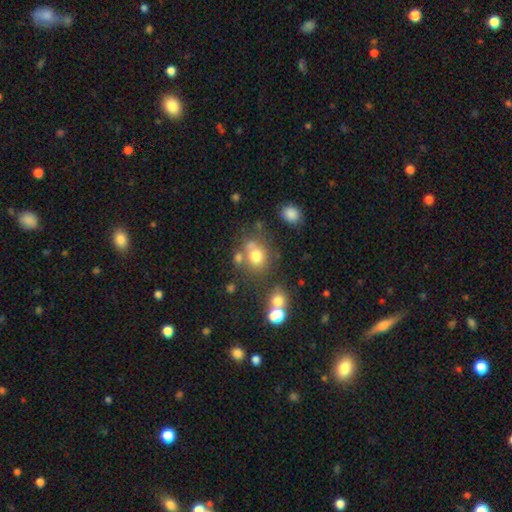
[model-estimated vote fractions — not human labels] Smooth or featured? smooth (72%)
How rounded? round (73%)
Merging? none (57%)